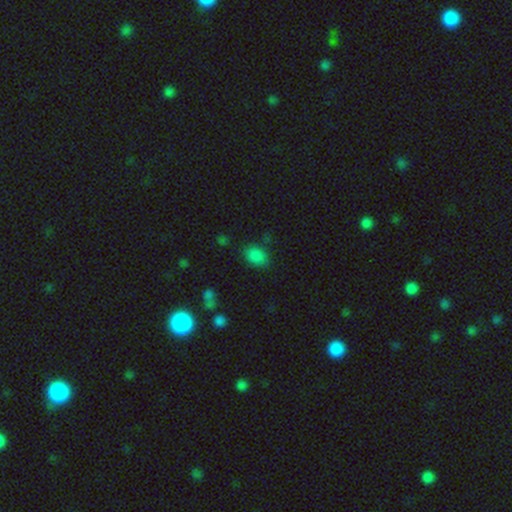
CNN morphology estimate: Smooth or featured?
  - smooth: 82% *
  - star or artifact: 13%
  - featured or disk: 4%
How rounded?
  - in between: 72% *
  - round: 26%
  - cigar-shaped: 1%
Merging?
  - none: 76% *
  - minor disturbance: 16%
  - major disturbance: 5%
  - merger: 3%